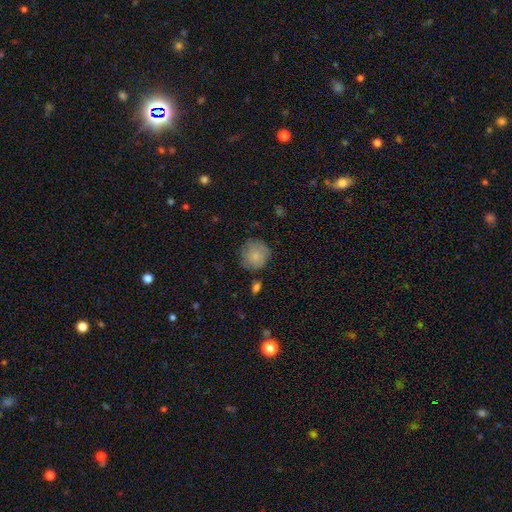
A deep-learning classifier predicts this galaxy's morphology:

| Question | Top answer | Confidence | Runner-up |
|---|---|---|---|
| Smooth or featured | smooth | 81% | featured or disk (12%) |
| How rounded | round | 91% | in between (8%) |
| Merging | none | 74% | minor disturbance (18%) |